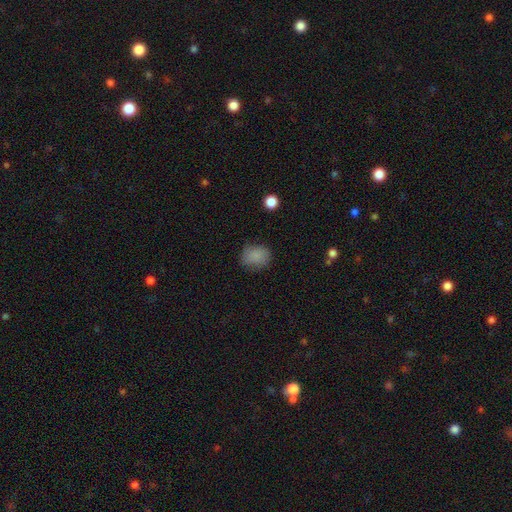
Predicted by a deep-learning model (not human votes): Overall: smooth (84%). How rounded: round (58%; in between 41%). Merging: none (74%).